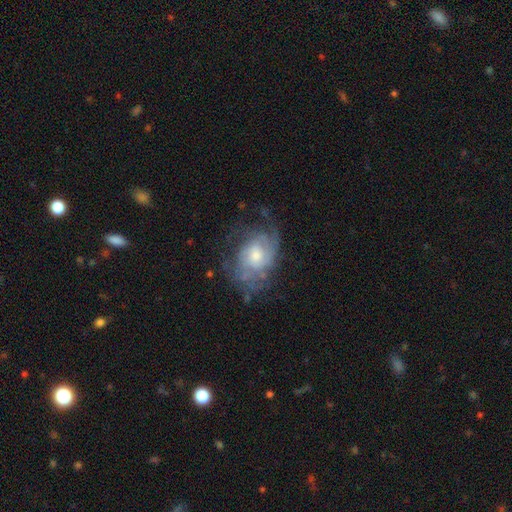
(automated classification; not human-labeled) This is likely a featured or disk galaxy (75%). It is clearly not viewed edge-on (97%). Bar: likely no (69%). Spiral arm pattern: clearly yes (85%). Spiral arm count: possibly can't tell (48%). Spiral winding: possibly tight (49%). Central bulge: possibly moderate (53%). Merging: possibly none (56%).